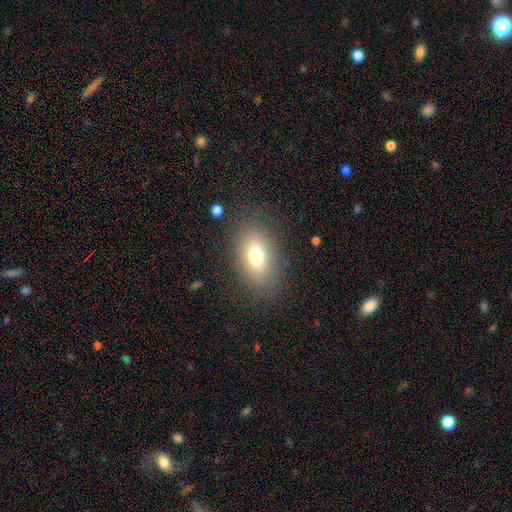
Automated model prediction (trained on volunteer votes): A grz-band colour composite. It shows a smooth galaxy with no disk features (71%) that is in between round and cigar-shaped (85%). Merging: none (81%).